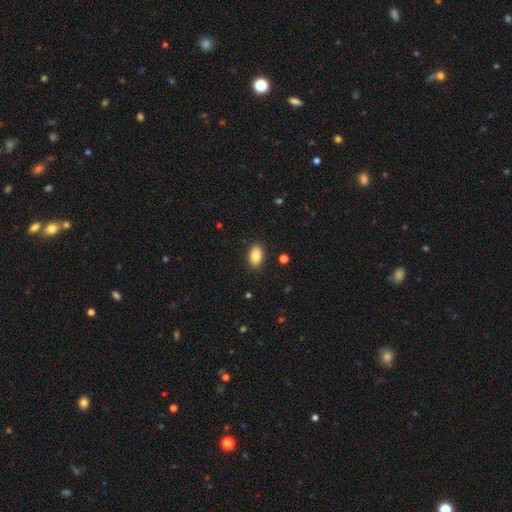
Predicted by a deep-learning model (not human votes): Smooth or featured? Predicted: smooth (p=0.85). How rounded? Predicted: in between (p=0.89). Merging? Predicted: none (p=0.88).